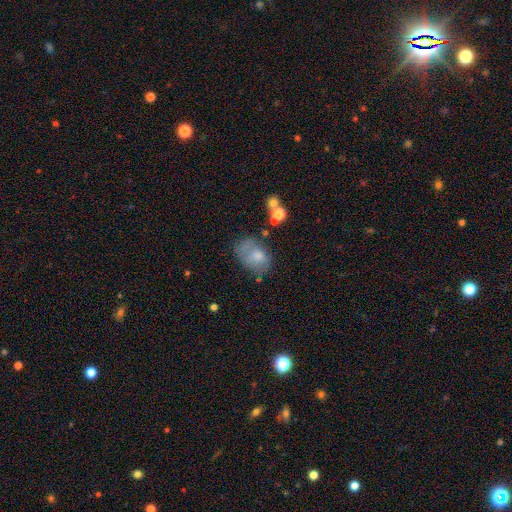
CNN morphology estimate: Q: Smooth or featured?
A: smooth (66%); runner-up: featured or disk (24%)
Q: How rounded?
A: in between (79%); runner-up: round (20%)
Q: Merging?
A: none (44%); runner-up: minor disturbance (29%)